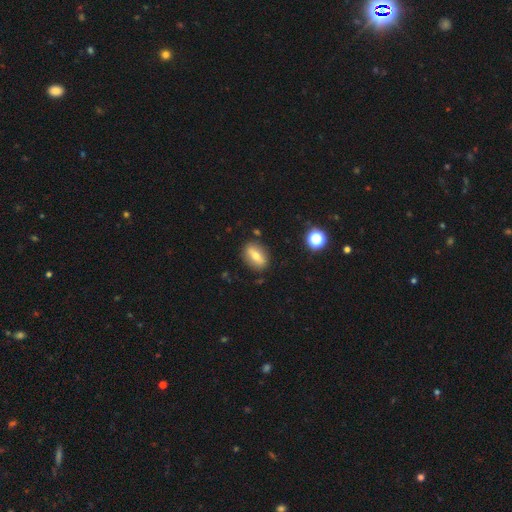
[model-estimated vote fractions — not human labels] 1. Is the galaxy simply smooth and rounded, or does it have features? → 59% smooth, 32% featured or disk, 9% star or artifact.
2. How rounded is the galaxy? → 76% in between, 16% round, 8% cigar-shaped.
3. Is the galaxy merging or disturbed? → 85% none, 10% minor disturbance, 3% major disturbance, 2% merger.